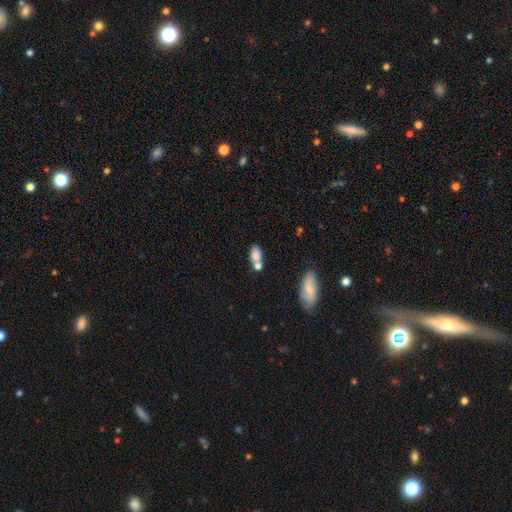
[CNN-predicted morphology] smooth 79%, featured or disk 11%, star or artifact 9%. Down the decision tree: how rounded — in between (83%); merging — merger (43%).